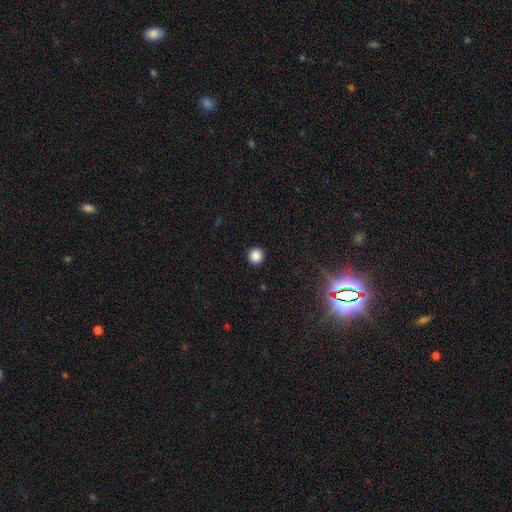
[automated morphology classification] Q: Smooth or featured?
A: smooth (86%); runner-up: star or artifact (11%)
Q: How rounded?
A: round (96%); runner-up: in between (3%)
Q: Merging?
A: none (93%); runner-up: minor disturbance (4%)